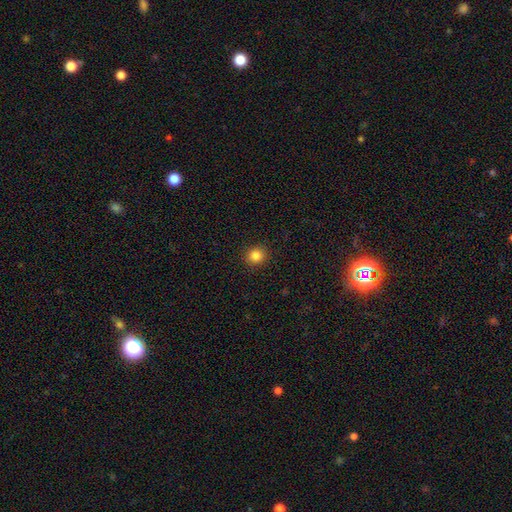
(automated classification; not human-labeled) Smooth or featured?
  - smooth: 84% *
  - star or artifact: 12%
  - featured or disk: 4%
How rounded?
  - round: 88% *
  - in between: 11%
  - cigar-shaped: 1%
Merging?
  - none: 92% *
  - minor disturbance: 5%
  - major disturbance: 2%
  - merger: 1%